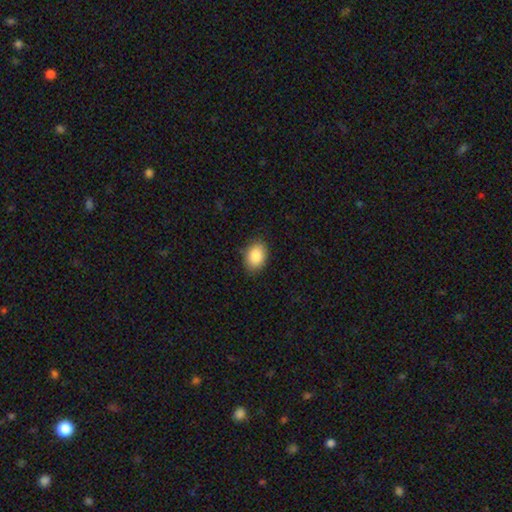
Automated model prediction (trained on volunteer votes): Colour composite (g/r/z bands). It shows a smooth galaxy with no disk features (87%) that is in between round and cigar-shaped (78%). Merging: none (86%).